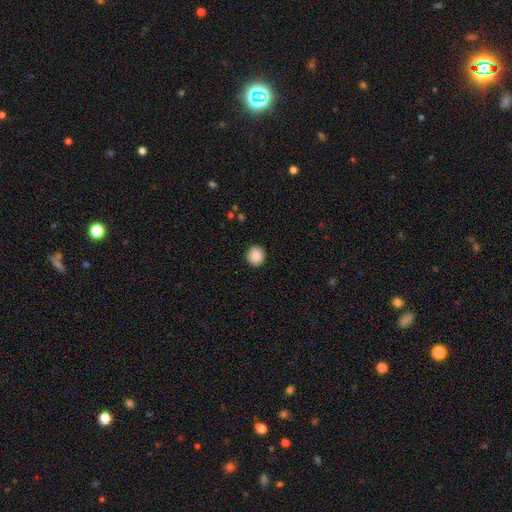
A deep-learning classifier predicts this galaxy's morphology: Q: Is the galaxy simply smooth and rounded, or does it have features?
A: smooth — 88%.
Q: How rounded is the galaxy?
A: round — 91%.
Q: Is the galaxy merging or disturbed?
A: none — 91%.